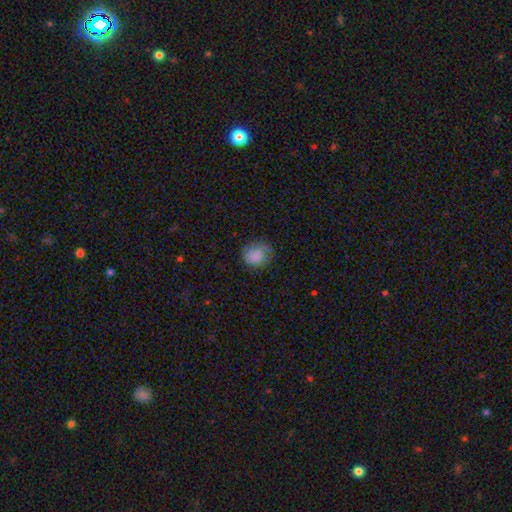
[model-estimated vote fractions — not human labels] Overall: smooth (72%). How rounded: round (67%; in between 32%). Merging: none (58%; minor disturbance 26%).